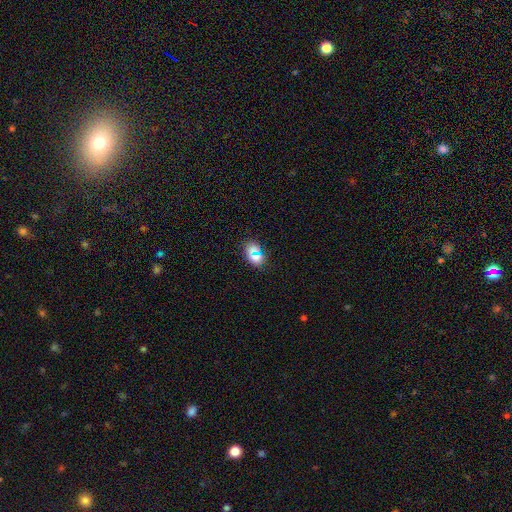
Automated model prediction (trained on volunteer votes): The model was most divided on "how rounded": in between: 58%, round: 39%, cigar-shaped: 3%. More confident: merging — none (83%); smooth or featured — smooth (66%).